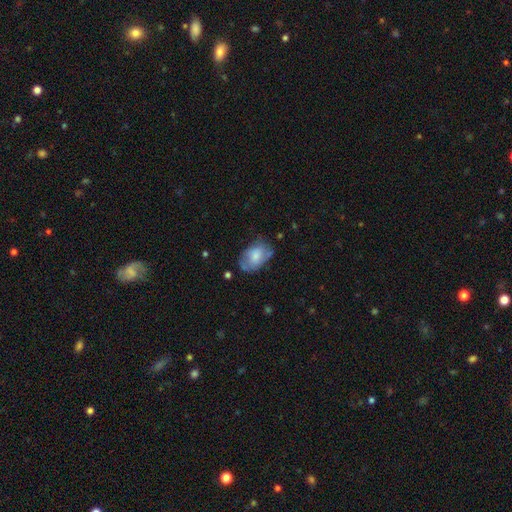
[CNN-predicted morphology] smooth_or_featured: smooth (p=0.67) [alt: featured or disk p=0.26]
how_rounded: in between (p=0.86) [alt: round p=0.13]
merging: none (p=0.52) [alt: minor disturbance p=0.32]